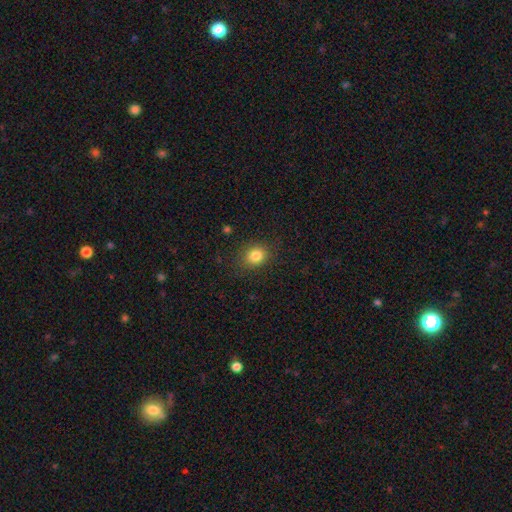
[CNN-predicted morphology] Q: Smooth or featured?
A: smooth (82%); runner-up: star or artifact (11%)
Q: How rounded?
A: round (66%); runner-up: in between (33%)
Q: Merging?
A: none (84%); runner-up: minor disturbance (11%)